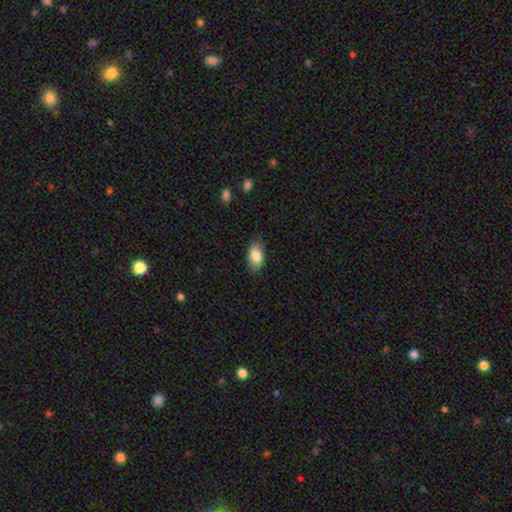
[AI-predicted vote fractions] A smooth galaxy with no disk features (83%) that is in between round and cigar-shaped (92%). Merging: none (79%).